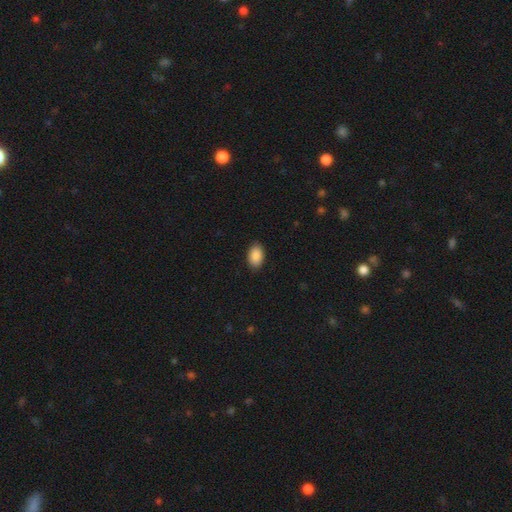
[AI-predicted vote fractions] A smooth galaxy with no disk features (90%) that is in between round and cigar-shaped (92%).

Vote fractions:
- Smooth or featured? smooth: 90% / star or artifact: 7% / featured or disk: 3%
- How rounded? in between: 92% / round: 7% / cigar-shaped: 1%
- Merging? none: 88% / minor disturbance: 9% / major disturbance: 2% / merger: 1%